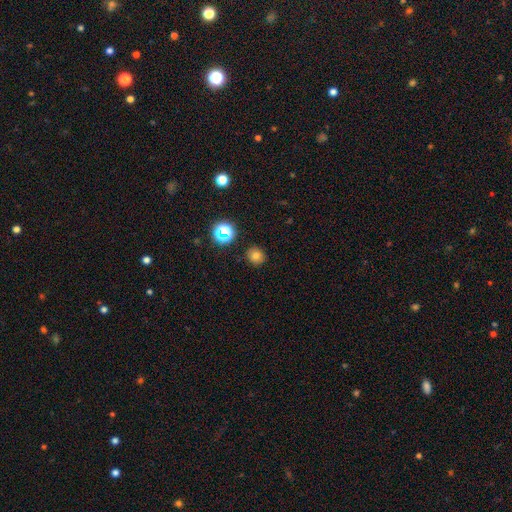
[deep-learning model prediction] Overall: smooth (74%). How rounded: round (90%). Merging: none (89%).